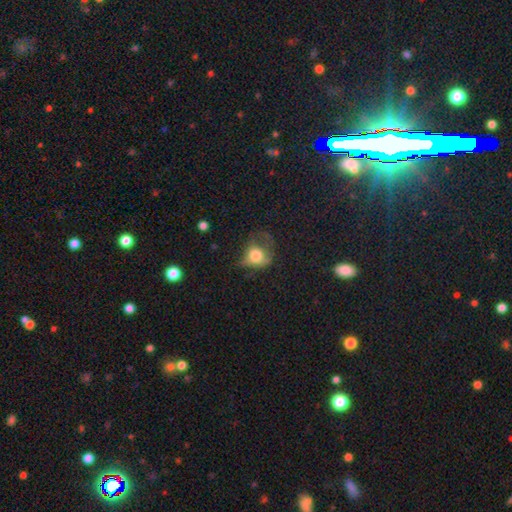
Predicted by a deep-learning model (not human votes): Smooth or featured? Predicted: smooth (p=0.65). How rounded? Predicted: round (p=0.60). Merging? Predicted: major disturbance (p=0.48).